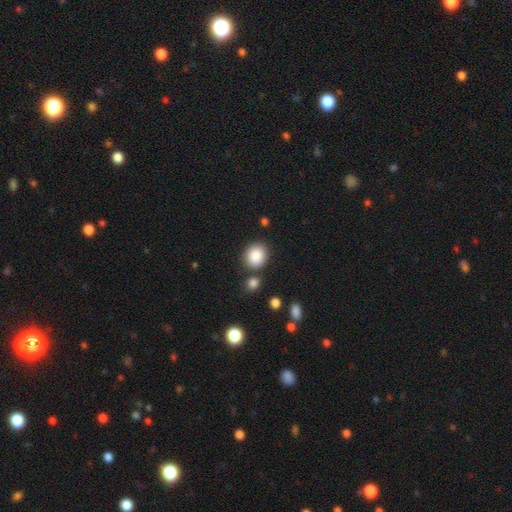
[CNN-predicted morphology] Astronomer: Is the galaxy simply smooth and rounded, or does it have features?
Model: smooth — 86%.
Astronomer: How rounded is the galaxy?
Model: round — 69%.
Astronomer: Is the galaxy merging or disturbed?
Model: none — 78%.